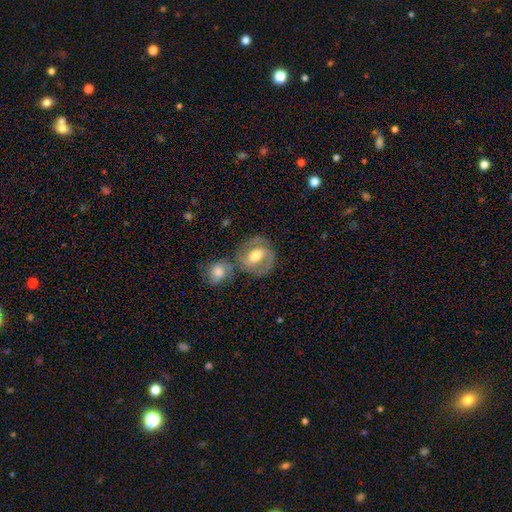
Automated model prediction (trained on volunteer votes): Morphology: type=featured or disk (67%); edge-on=no (96%); bar=strong (41%); spiral arms=yes (73%); bulge=moderate (73%); merging=none (59%).